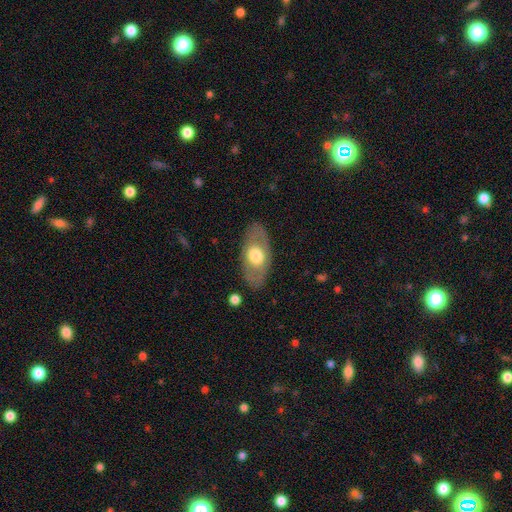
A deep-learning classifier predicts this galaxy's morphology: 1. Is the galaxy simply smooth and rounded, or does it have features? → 53% smooth, 41% featured or disk, 6% star or artifact.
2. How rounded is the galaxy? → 89% in between, 7% round, 3% cigar-shaped.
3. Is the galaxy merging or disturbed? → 83% none, 11% minor disturbance, 4% major disturbance, 2% merger.